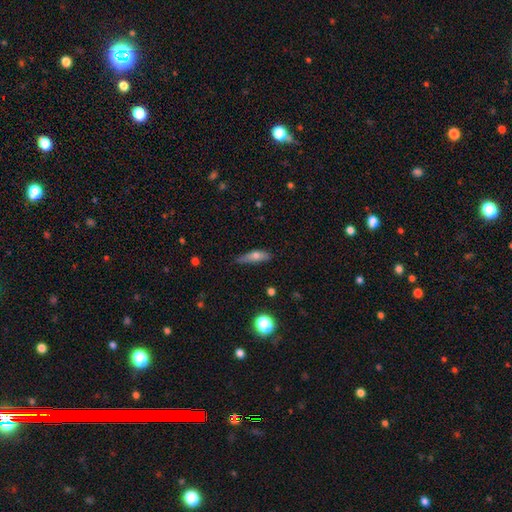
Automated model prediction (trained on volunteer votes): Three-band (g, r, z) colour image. It shows a smooth galaxy with no disk features (66%) that is cigar-shaped (63%). Merging: none (66%).